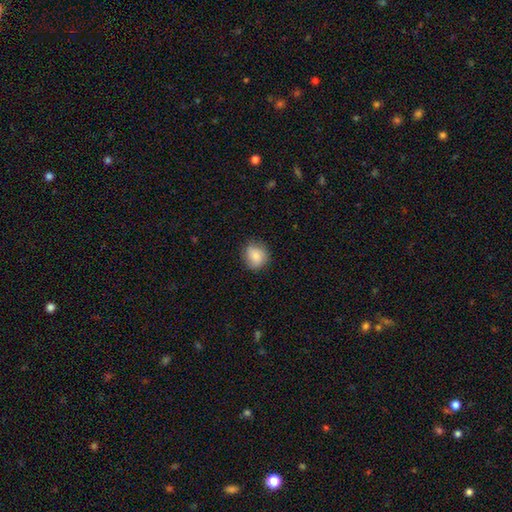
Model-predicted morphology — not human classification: The model was most divided on "how rounded": round: 80%, in between: 19%, cigar-shaped: 1%. More confident: smooth or featured — smooth (82%); merging — none (81%).